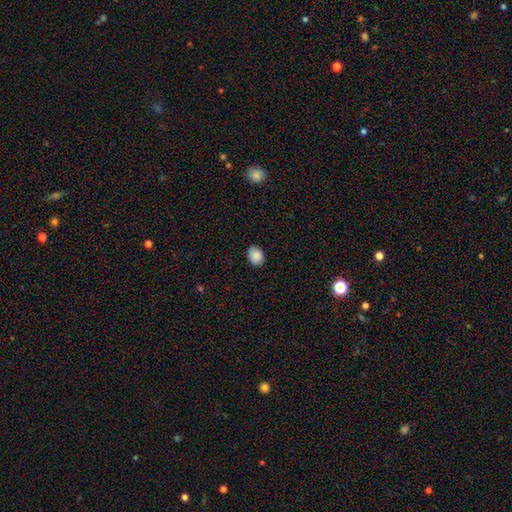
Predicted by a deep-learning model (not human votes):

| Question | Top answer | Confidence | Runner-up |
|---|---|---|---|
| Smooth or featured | smooth | 88% | star or artifact (8%) |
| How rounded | in between | 60% | round (39%) |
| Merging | none | 84% | minor disturbance (13%) |